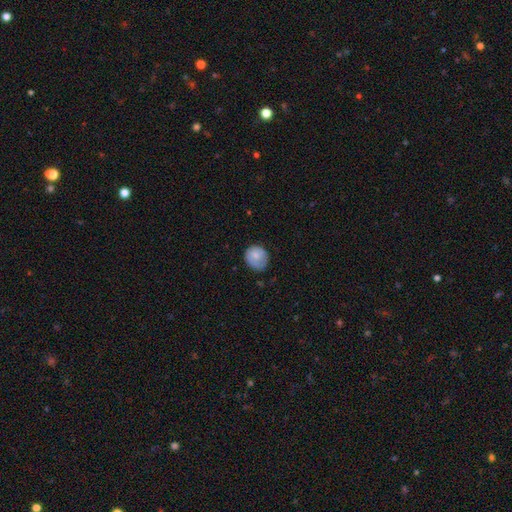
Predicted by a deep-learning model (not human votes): The model was most divided on "merging": none: 61%, minor disturbance: 29%, major disturbance: 8%, merger: 2%. More confident: smooth or featured — smooth (76%); how rounded — round (74%).